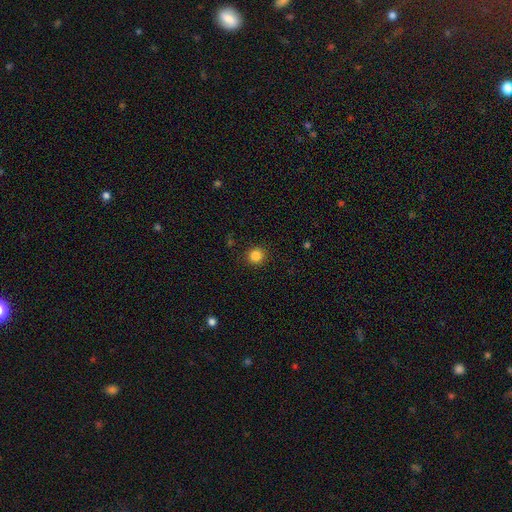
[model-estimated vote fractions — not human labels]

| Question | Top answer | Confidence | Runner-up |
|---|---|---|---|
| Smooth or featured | smooth | 85% | star or artifact (12%) |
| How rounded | round | 93% | in between (6%) |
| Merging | none | 91% | minor disturbance (6%) |